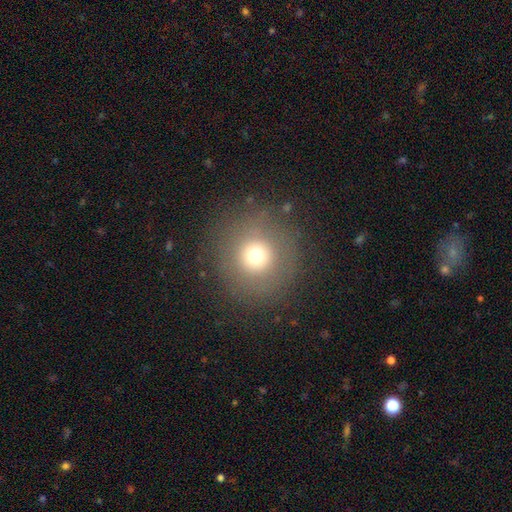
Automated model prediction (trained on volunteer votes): A smooth galaxy with no disk features (69%) that is round (95%). Merging: none (85%).